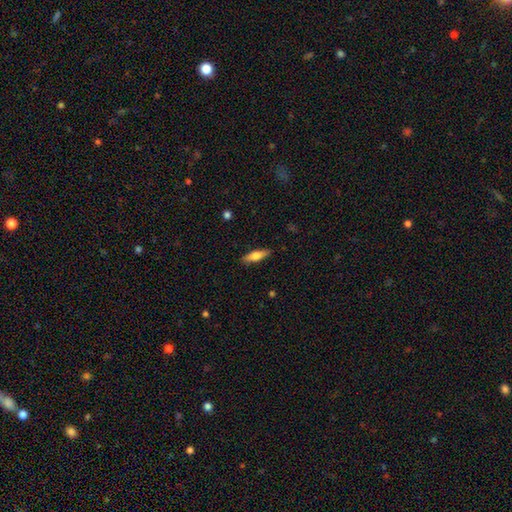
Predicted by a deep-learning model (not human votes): A smooth galaxy with no disk features (64%) that is cigar-shaped (57%).

Vote fractions:
- Smooth or featured? smooth: 64% / featured or disk: 30% / star or artifact: 6%
- How rounded? cigar-shaped: 57% / in between: 41% / round: 2%
- Merging? none: 87% / minor disturbance: 10% / major disturbance: 2% / merger: 1%